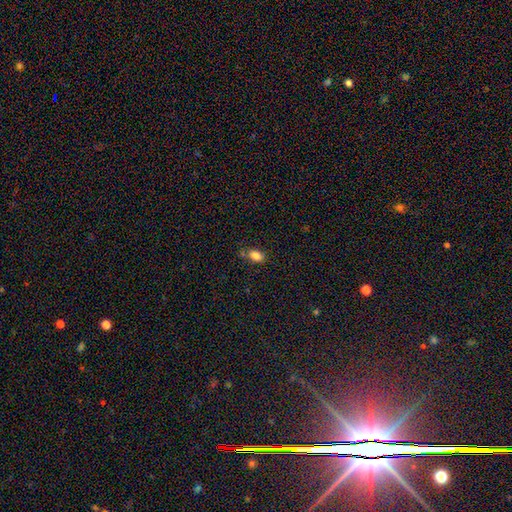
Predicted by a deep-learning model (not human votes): This is clearly a smooth galaxy (84%). How rounded: clearly in between (84%). Merging: likely none (67%).